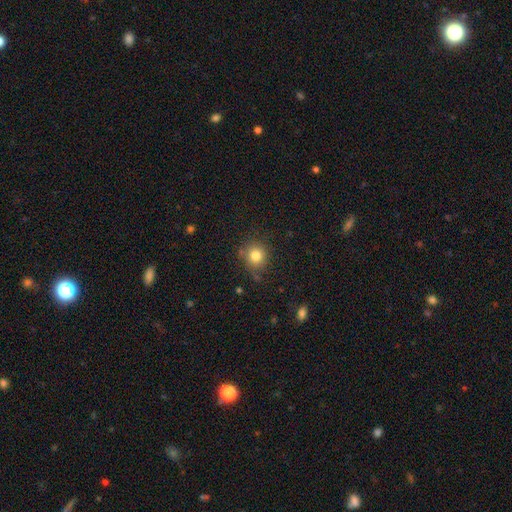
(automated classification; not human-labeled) This is clearly a smooth galaxy (81%). How rounded: clearly round (88%). Merging: likely none (78%).